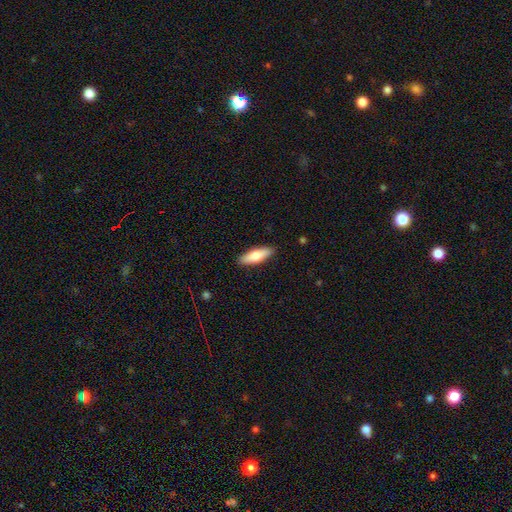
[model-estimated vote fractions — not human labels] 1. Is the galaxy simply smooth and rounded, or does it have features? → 76% smooth, 18% featured or disk, 5% star or artifact.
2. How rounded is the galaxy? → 51% in between, 48% cigar-shaped, 2% round.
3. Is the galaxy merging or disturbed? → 88% none, 9% minor disturbance, 2% major disturbance, 1% merger.